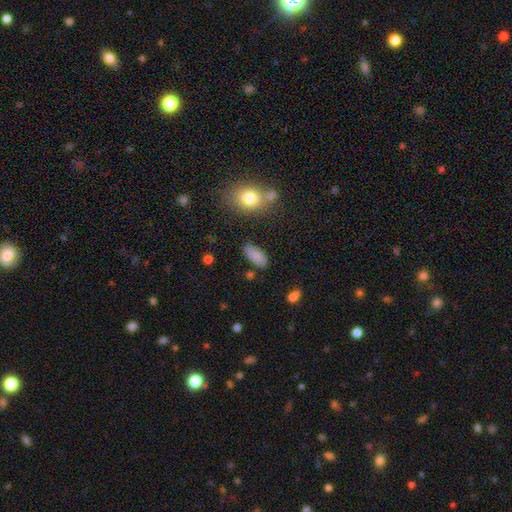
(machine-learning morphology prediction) smooth-or-featured: smooth: 83% | star or artifact: 9% | featured or disk: 8%
  how-rounded: in between: 90% | cigar-shaped: 7% | round: 3%
  merging: none: 78% | minor disturbance: 14% | major disturbance: 4% | merger: 4%